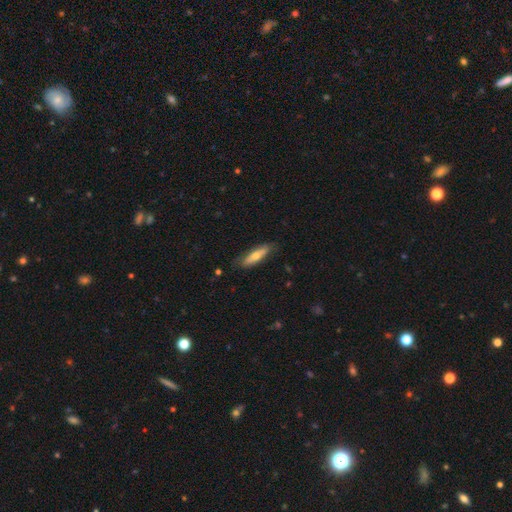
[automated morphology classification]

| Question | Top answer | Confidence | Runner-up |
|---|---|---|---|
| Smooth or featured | smooth | 54% | featured or disk (40%) |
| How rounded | cigar-shaped | 67% | in between (31%) |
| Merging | none | 80% | minor disturbance (16%) |